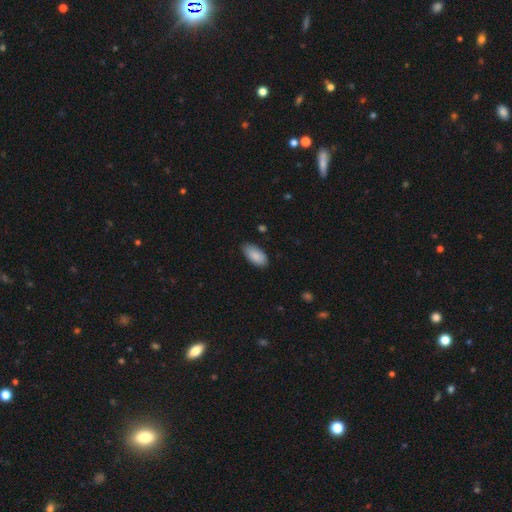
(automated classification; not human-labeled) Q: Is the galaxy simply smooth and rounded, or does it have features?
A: smooth — 88%.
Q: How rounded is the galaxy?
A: in between — 94%.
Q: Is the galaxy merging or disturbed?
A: none — 81%.